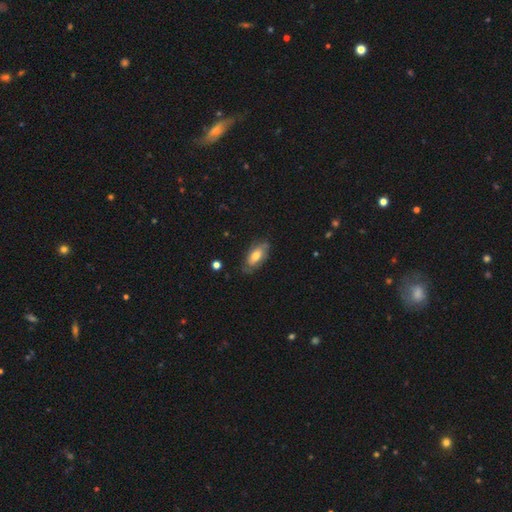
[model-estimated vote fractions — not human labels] This appears to be a smooth galaxy with no disk features (50%). Merging: none (69%).